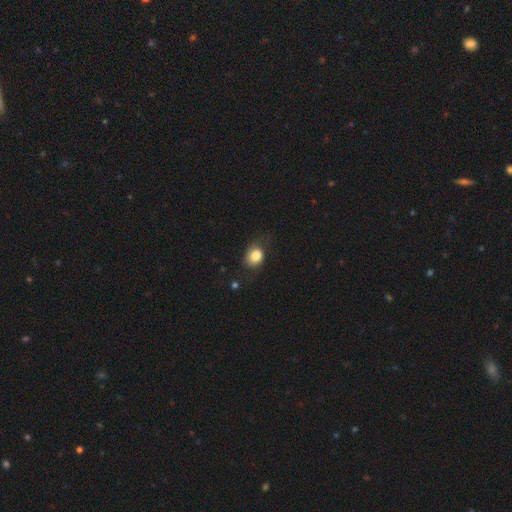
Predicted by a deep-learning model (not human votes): smooth-or-featured: smooth: 83% | star or artifact: 9% | featured or disk: 8%
  how-rounded: in between: 53% | round: 46% | cigar-shaped: 1%
  merging: none: 59% | minor disturbance: 28% | major disturbance: 12% | merger: 2%